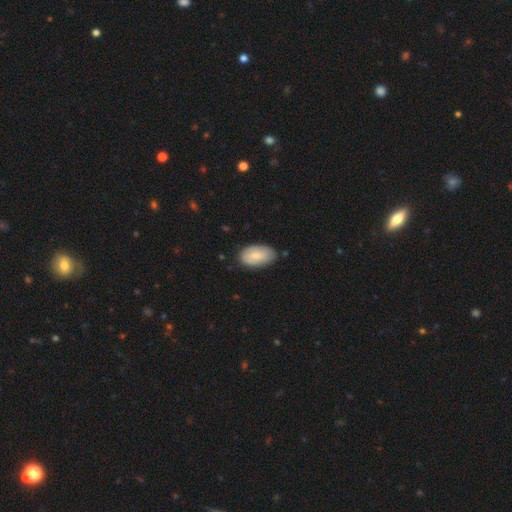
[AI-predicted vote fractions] smooth_or_featured: smooth (p=0.76) [alt: featured or disk p=0.18]
how_rounded: in between (p=0.95) [alt: round p=0.04]
merging: none (p=0.75) [alt: minor disturbance p=0.20]